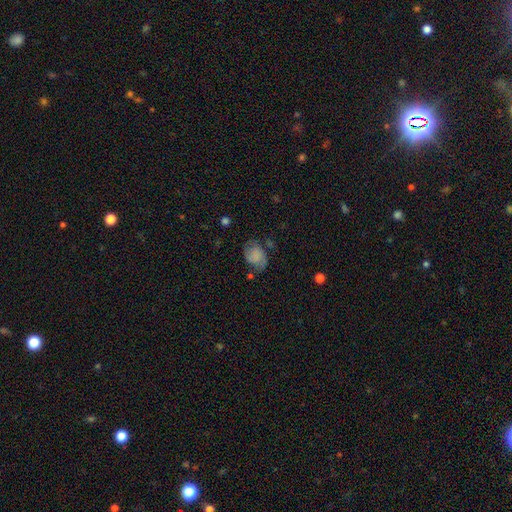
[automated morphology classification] smooth 52%, featured or disk 38%, star or artifact 10%. Down the decision tree: how rounded — in between (65%); merging — none (57%).